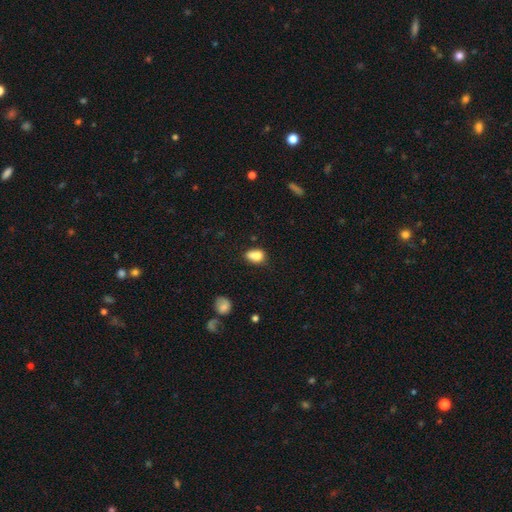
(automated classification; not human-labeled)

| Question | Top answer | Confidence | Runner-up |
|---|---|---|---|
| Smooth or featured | smooth | 77% | featured or disk (13%) |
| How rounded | in between | 70% | round (28%) |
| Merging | none | 38% | merger (35%) |